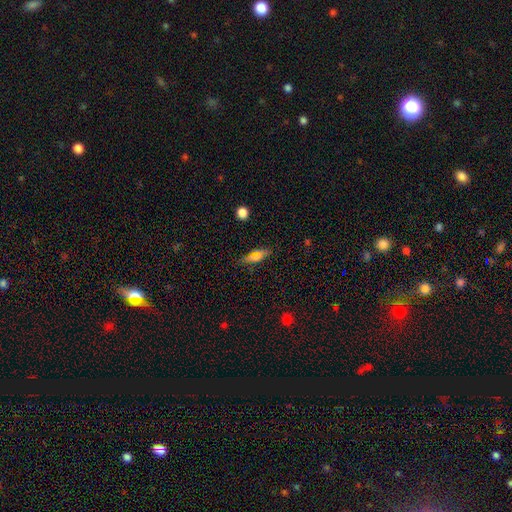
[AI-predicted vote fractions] smooth_or_featured: smooth (p=0.60) [alt: featured or disk p=0.21]
how_rounded: in between (p=0.52) [alt: cigar-shaped p=0.42]
merging: none (p=0.84) [alt: minor disturbance p=0.12]